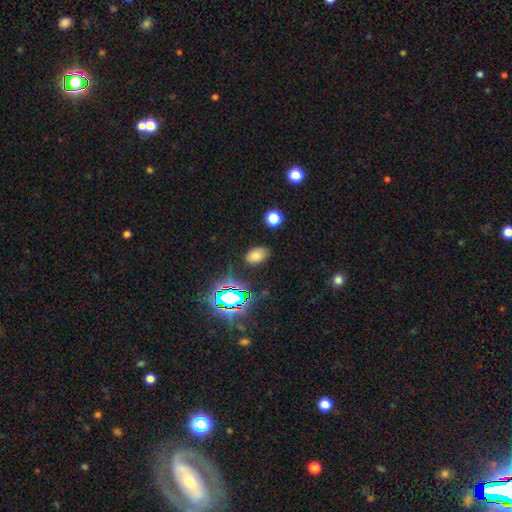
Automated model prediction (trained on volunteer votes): smooth 72%, star or artifact 20%, featured or disk 8%. Down the decision tree: how rounded — in between (89%); merging — none (81%).